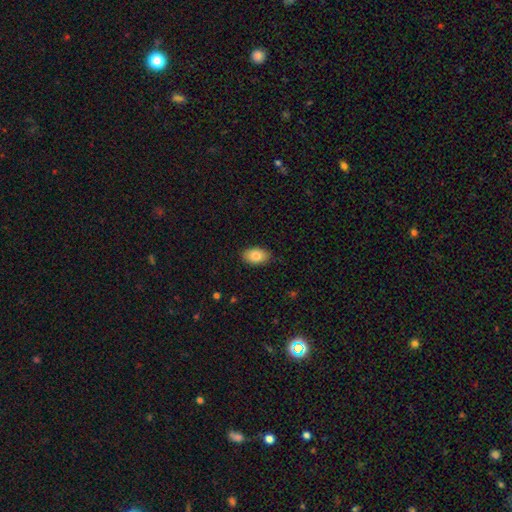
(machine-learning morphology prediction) A smooth galaxy with no disk features (84%) that is in between round and cigar-shaped (90%). Merging: none (87%).